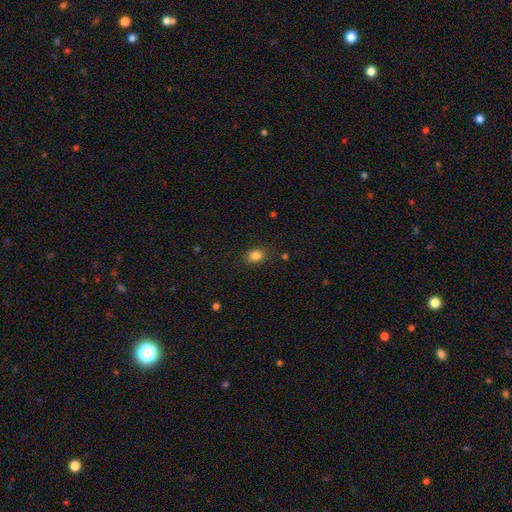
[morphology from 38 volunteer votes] smooth-or-featured: smooth: 92% | star or artifact: 5% | featured or disk: 3%
  how-rounded: in between: 69% | round: 31% | cigar-shaped: 0%
  merging: none: 92% | minor disturbance: 6% | major disturbance: 3% | merger: 0%